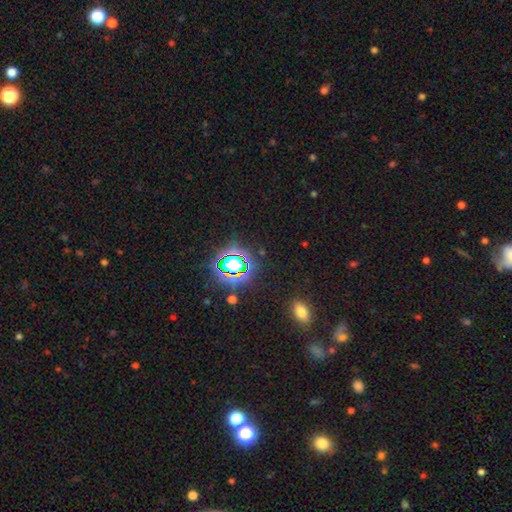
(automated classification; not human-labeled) Smooth or featured? star or artifact (73%)